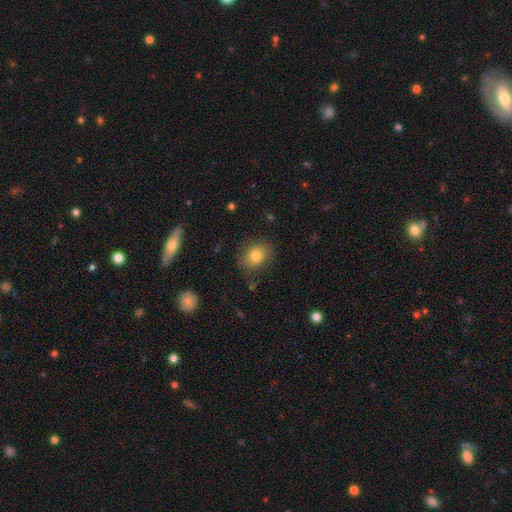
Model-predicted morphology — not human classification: Smooth or featured? Predicted: smooth (p=0.78). How rounded? Predicted: round (p=0.55). Merging? Predicted: none (p=0.76).